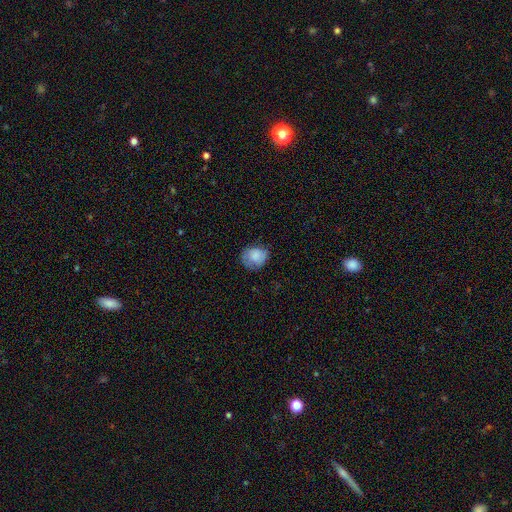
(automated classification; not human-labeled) A smooth galaxy with no disk features (80%) that is round (71%). Merging: none (62%).